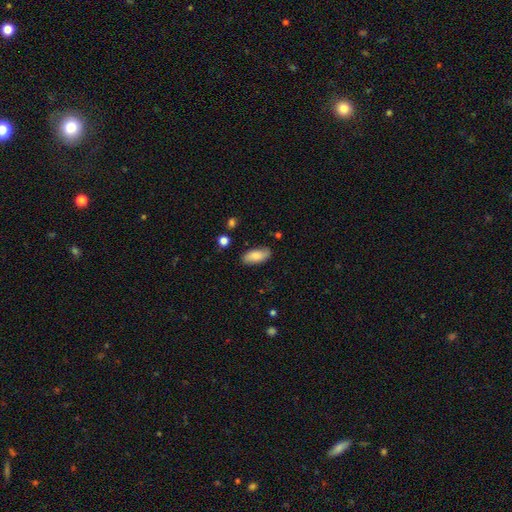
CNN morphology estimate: This is clearly a smooth galaxy (82%). How rounded: clearly in between (87%). Merging: clearly none (84%).